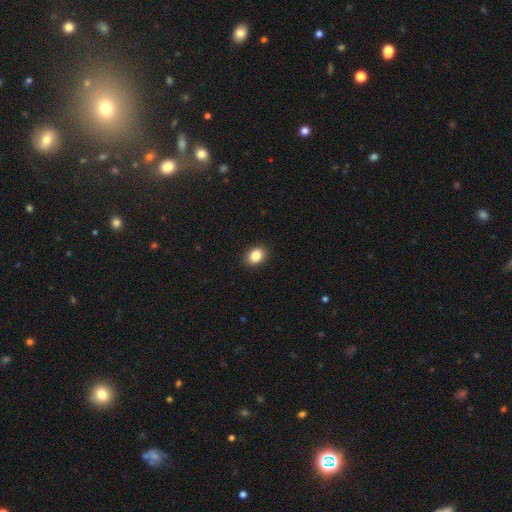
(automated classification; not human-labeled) Smooth or featured? Predicted: smooth (p=0.86). How rounded? Predicted: in between (p=0.62). Merging? Predicted: none (p=0.90).